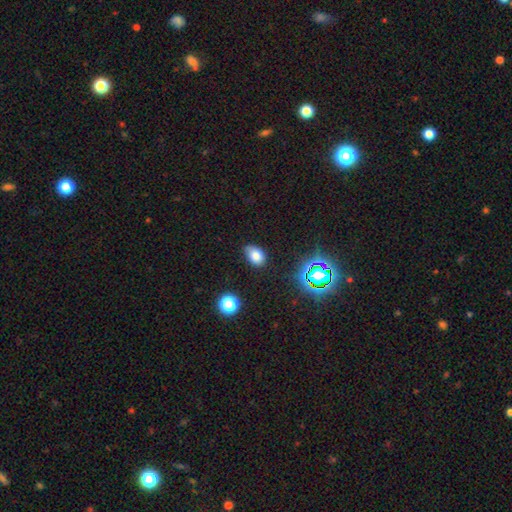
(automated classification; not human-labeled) A smooth galaxy with no disk features (78%) that is in between round and cigar-shaped (78%). Merging: none (67%).